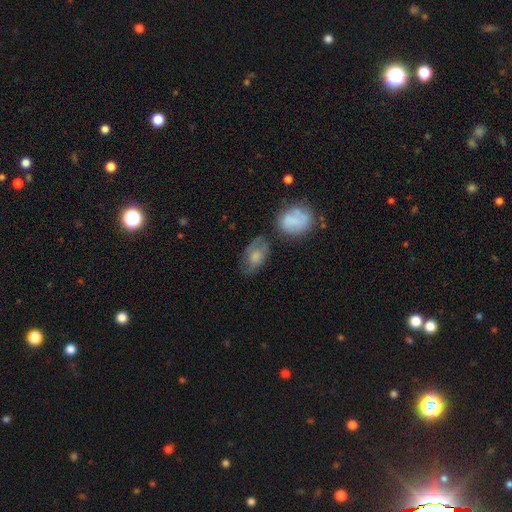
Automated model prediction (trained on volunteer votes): Morphology: type=smooth (66%); roundness=in between (86%); merging=none (54%).